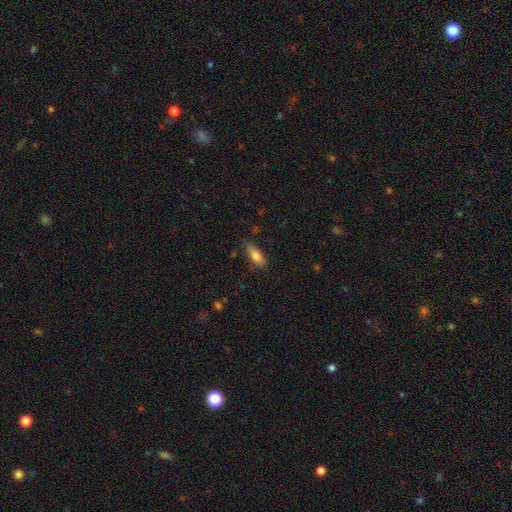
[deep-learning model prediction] Smooth or featured: smooth — 81% (featured or disk — 12%)
How rounded: in between — 70% (cigar-shaped — 28%)
Merging: none — 75% (minor disturbance — 19%)